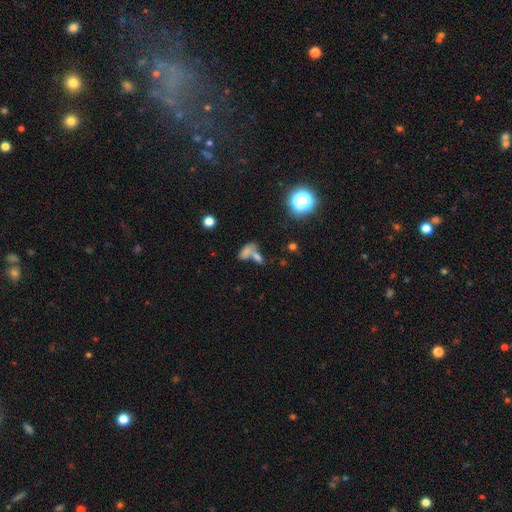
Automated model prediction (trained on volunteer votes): The model was most divided on "merging": merger: 62%, none: 24%, minor disturbance: 8%, major disturbance: 7%. More confident: how rounded — in between (79%); smooth or featured — smooth (68%).